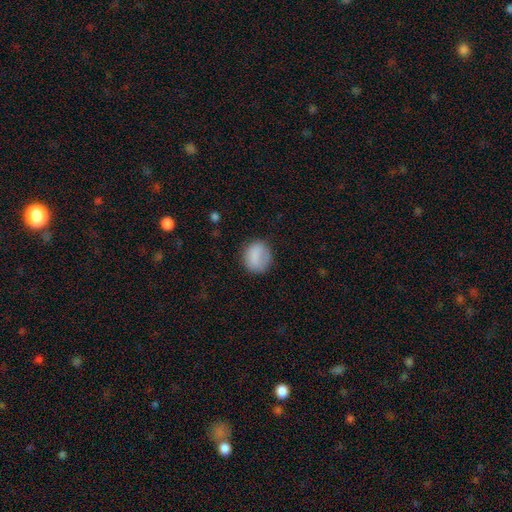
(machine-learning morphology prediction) Smooth or featured: smooth — 83% (featured or disk — 9%)
How rounded: round — 76% (in between — 23%)
Merging: none — 75% (minor disturbance — 17%)